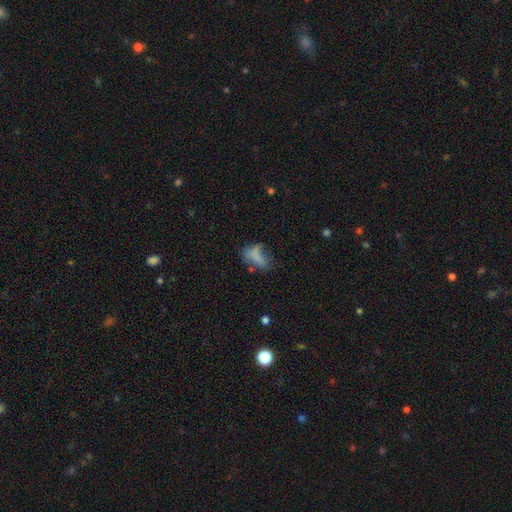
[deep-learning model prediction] A smooth galaxy with no disk features (69%) that is in between round and cigar-shaped (83%). Merging: none (37%).